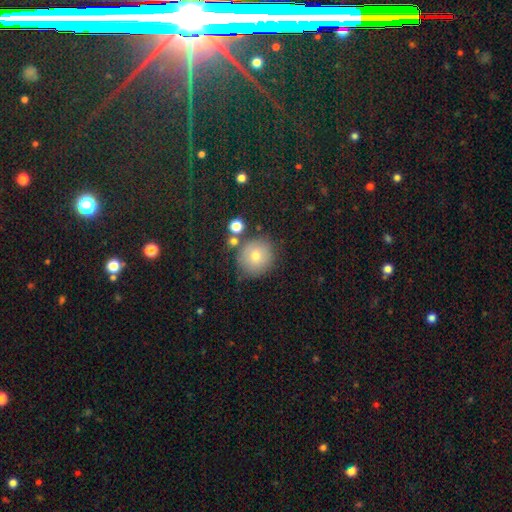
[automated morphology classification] Smooth or featured?
  - smooth: 73% *
  - featured or disk: 14%
  - star or artifact: 13%
How rounded?
  - round: 90% *
  - in between: 9%
  - cigar-shaped: 1%
Merging?
  - none: 77% *
  - minor disturbance: 12%
  - merger: 8%
  - major disturbance: 4%